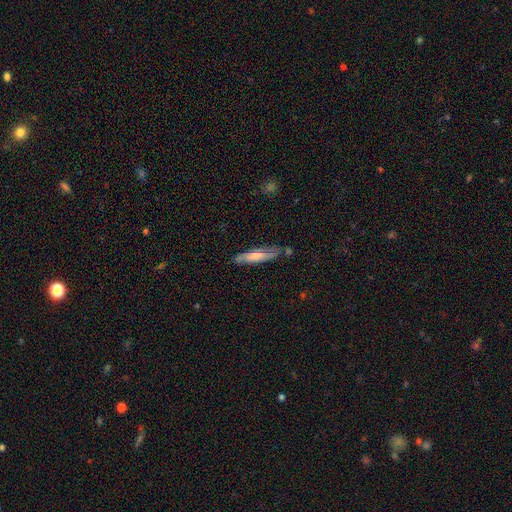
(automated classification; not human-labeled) This is possibly a smooth galaxy (59%). How rounded: likely cigar-shaped (78%). Merging: likely none (73%).